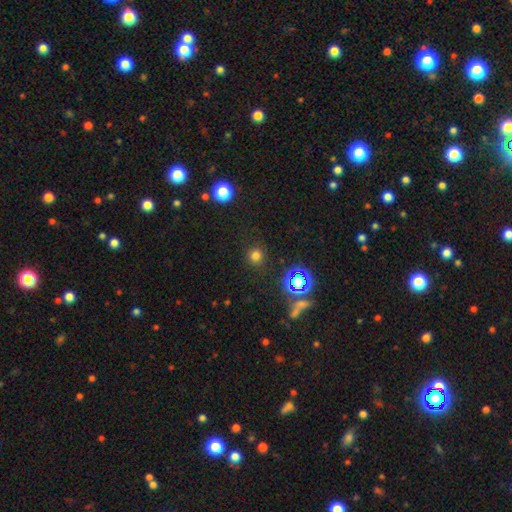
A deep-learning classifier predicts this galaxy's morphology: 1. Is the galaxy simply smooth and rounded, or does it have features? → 71% smooth, 23% star or artifact, 6% featured or disk.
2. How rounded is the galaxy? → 93% round, 6% in between, 1% cigar-shaped.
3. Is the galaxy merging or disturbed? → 88% none, 7% minor disturbance, 3% major disturbance, 2% merger.